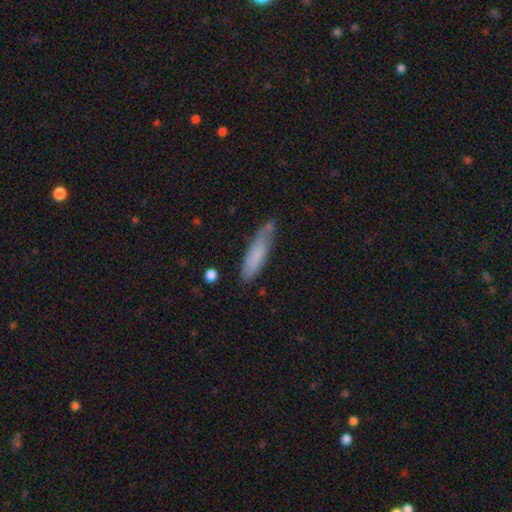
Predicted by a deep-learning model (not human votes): The model was most divided on "merging": none: 63%, minor disturbance: 26%, major disturbance: 6%, merger: 4%. More confident: smooth or featured — smooth (73%); how rounded — cigar-shaped (72%).